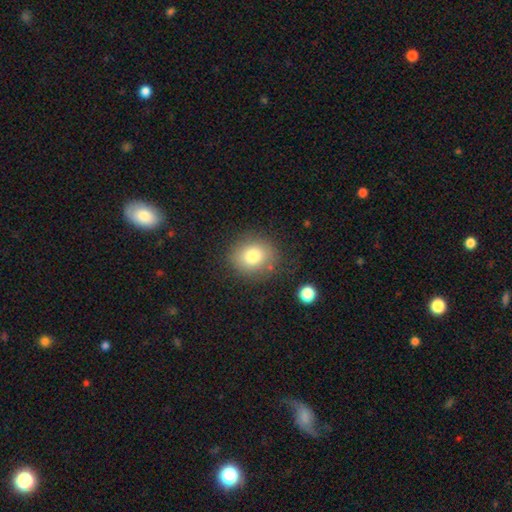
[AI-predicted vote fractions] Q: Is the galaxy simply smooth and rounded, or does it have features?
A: smooth — 79%.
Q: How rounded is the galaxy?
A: round — 70%.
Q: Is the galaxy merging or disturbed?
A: none — 80%.